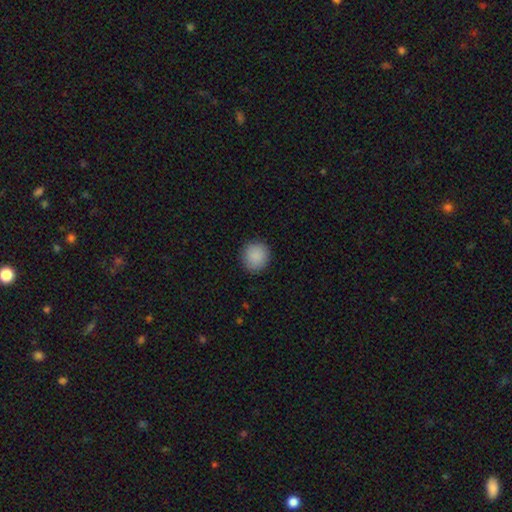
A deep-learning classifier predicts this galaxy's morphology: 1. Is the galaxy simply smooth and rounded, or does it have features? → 90% smooth, 7% star or artifact, 3% featured or disk.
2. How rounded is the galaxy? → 91% round, 8% in between, 1% cigar-shaped.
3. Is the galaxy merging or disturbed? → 90% none, 7% minor disturbance, 2% major disturbance, 1% merger.